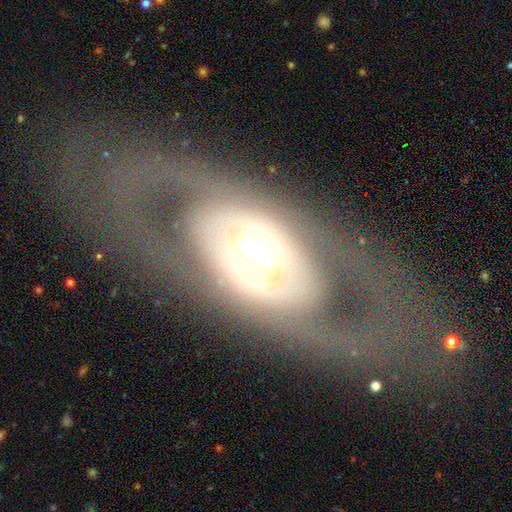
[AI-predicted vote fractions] Smooth or featured? Predicted: featured or disk (p=0.71). Edge-on disk? Predicted: no (p=0.83). Bar? Predicted: no (p=0.76). Spiral arms? Predicted: no (p=0.80). Bulge size? Predicted: moderate (p=0.43). Merging? Predicted: none (p=0.77).